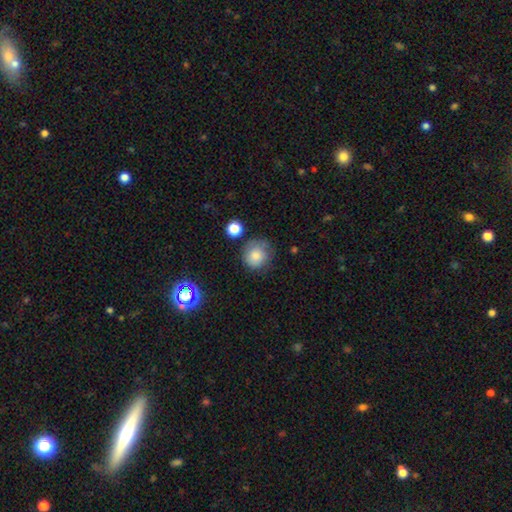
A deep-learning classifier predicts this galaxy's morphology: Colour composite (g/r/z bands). It shows a smooth galaxy with no disk features (80%) that is round (88%). Merging: none (68%).